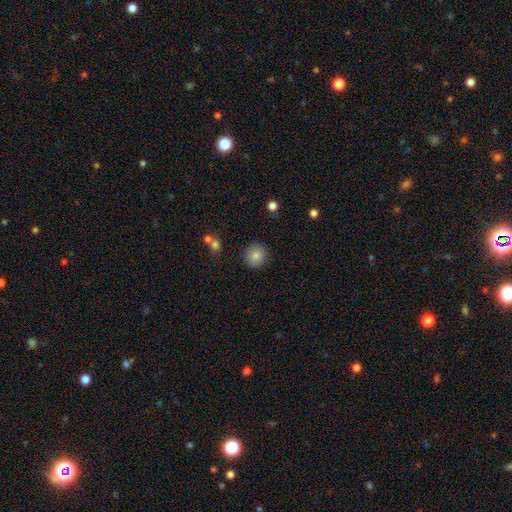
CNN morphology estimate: Smooth or featured? smooth (84%)
How rounded? round (93%)
Merging? none (90%)